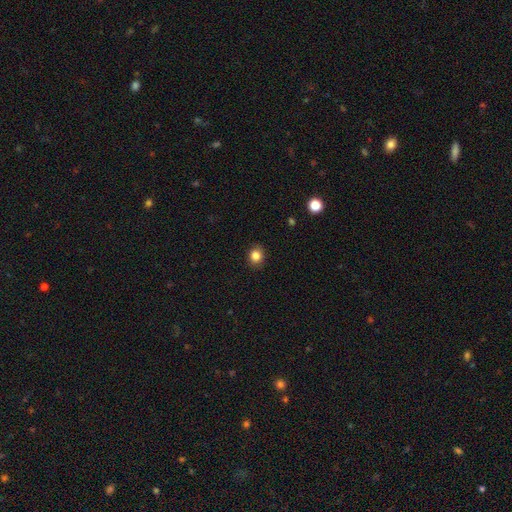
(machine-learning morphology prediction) Smooth or featured: smooth — 84% (star or artifact — 11%)
How rounded: round — 73% (in between — 26%)
Merging: none — 90% (minor disturbance — 7%)